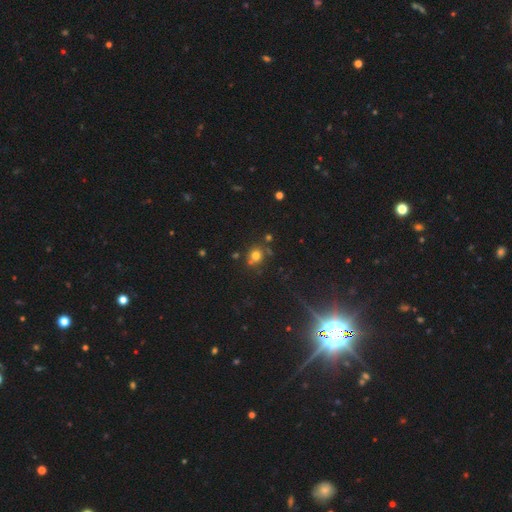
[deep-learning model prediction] Smooth or featured? Predicted: smooth (p=0.71). How rounded? Predicted: round (p=0.83). Merging? Predicted: none (p=0.69).